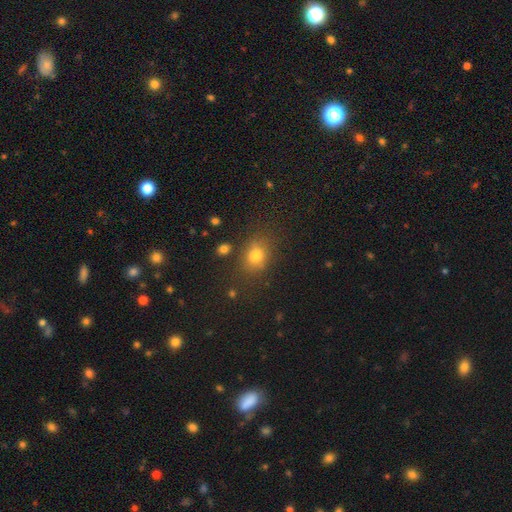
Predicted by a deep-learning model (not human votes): smooth_or_featured: smooth (p=0.76) [alt: star or artifact p=0.16]
how_rounded: round (p=0.52) [alt: in between p=0.46]
merging: none (p=0.77) [alt: minor disturbance p=0.14]